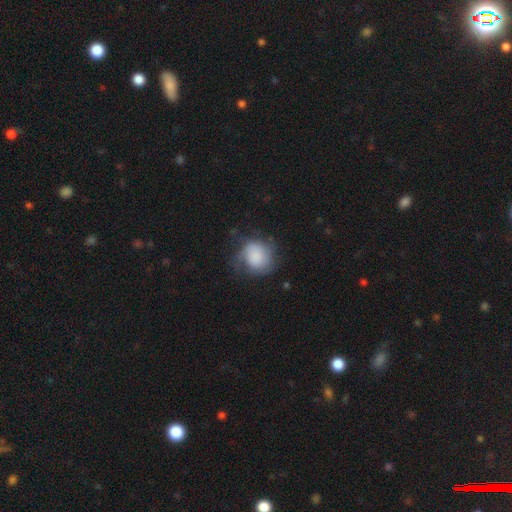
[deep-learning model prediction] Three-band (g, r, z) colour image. It shows a smooth galaxy with no disk features (59%) that is round (78%). Merging: none (48%).